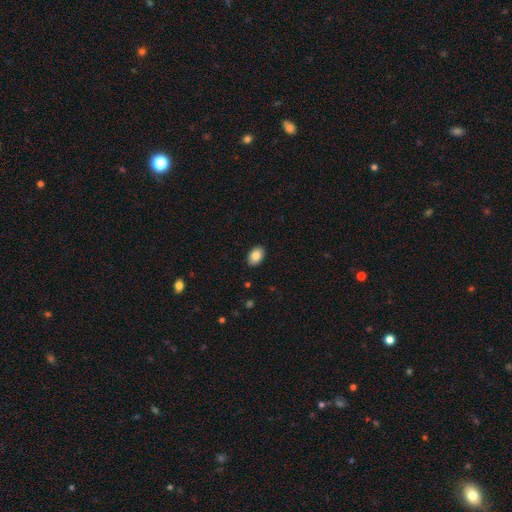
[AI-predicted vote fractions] Q: Smooth or featured?
A: smooth (86%); runner-up: star or artifact (7%)
Q: How rounded?
A: in between (87%); runner-up: round (12%)
Q: Merging?
A: none (89%); runner-up: minor disturbance (8%)